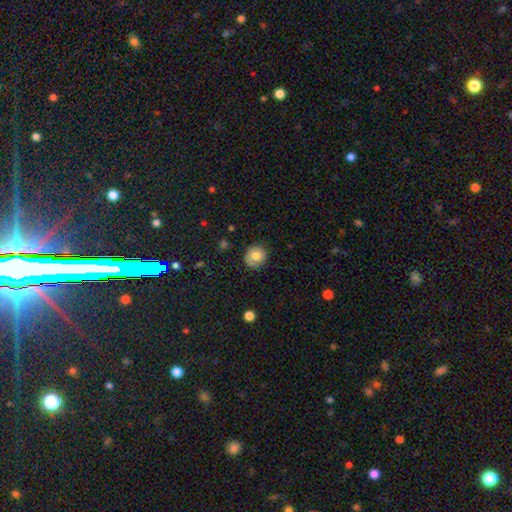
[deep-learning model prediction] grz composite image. It shows a smooth galaxy with no disk features (76%) that is round (85%). Merging: none (81%).